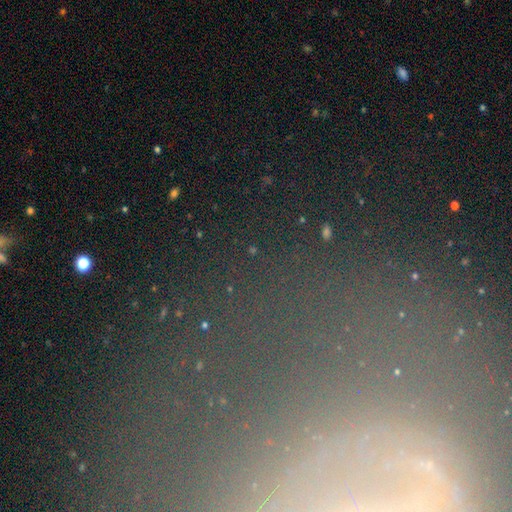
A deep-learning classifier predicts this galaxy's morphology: Smooth or featured: star or artifact — 54% (featured or disk — 26%)